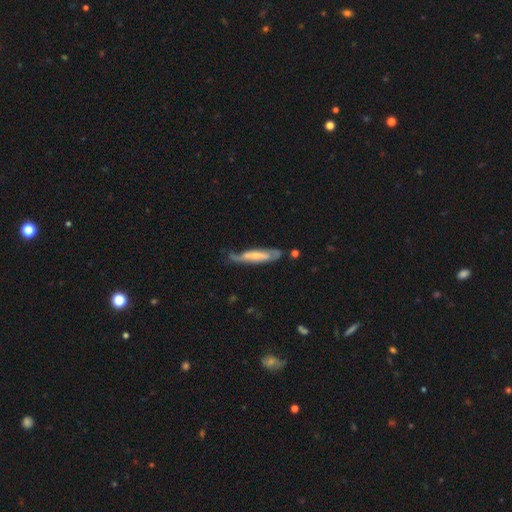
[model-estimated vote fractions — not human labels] Smooth or featured? Predicted: featured or disk (p=0.61). Edge-on disk? Predicted: no (p=0.61). Merging? Predicted: none (p=0.54).